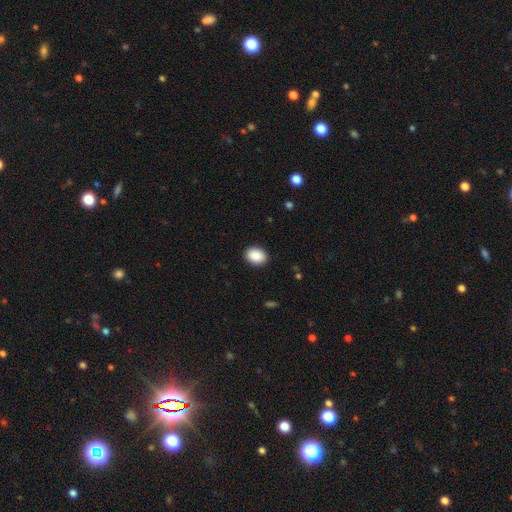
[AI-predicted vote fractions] The model was most divided on "how rounded": in between: 68%, round: 32%, cigar-shaped: 1%. More confident: merging — none (90%); smooth or featured — smooth (90%).